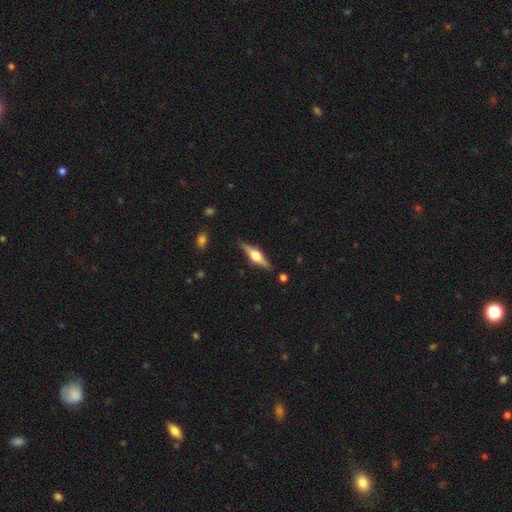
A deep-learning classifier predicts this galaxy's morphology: smooth-or-featured: featured or disk: 73% | smooth: 21% | star or artifact: 5%
  disk-edge-on: yes: 97% | no: 3%
    edge-on-bulge: rounded: 93% | boxy: 5% | none: 1%
  merging: none: 88% | minor disturbance: 9% | major disturbance: 2% | merger: 2%